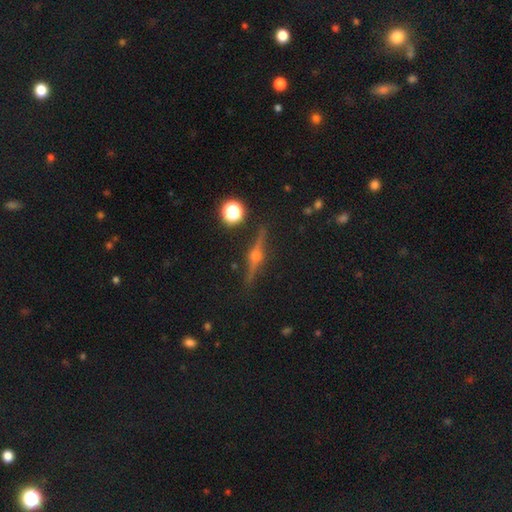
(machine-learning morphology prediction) This is clearly a featured or disk galaxy (84%). It is clearly viewed edge-on (98%). Edge-on bulge: clearly rounded (96%). Merging: clearly none (90%).